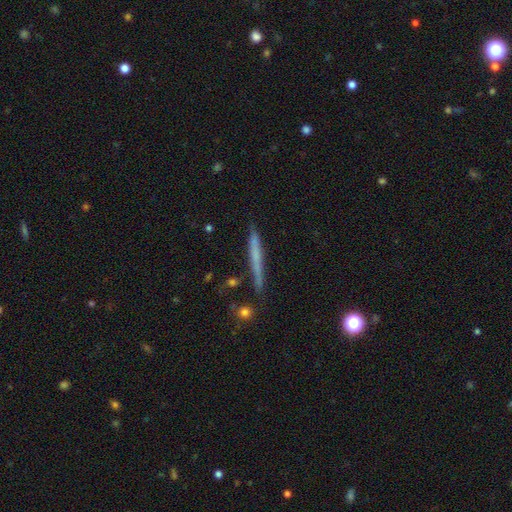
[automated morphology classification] This is possibly a smooth galaxy (48%). Merging: clearly none (83%).